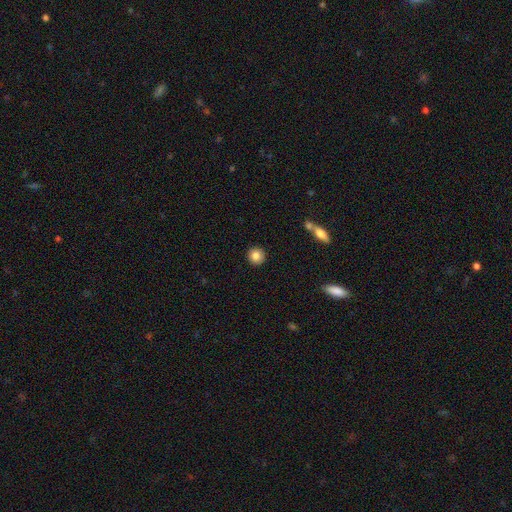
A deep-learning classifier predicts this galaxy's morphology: Smooth or featured? Predicted: smooth (p=0.85). How rounded? Predicted: round (p=0.94). Merging? Predicted: none (p=0.92).